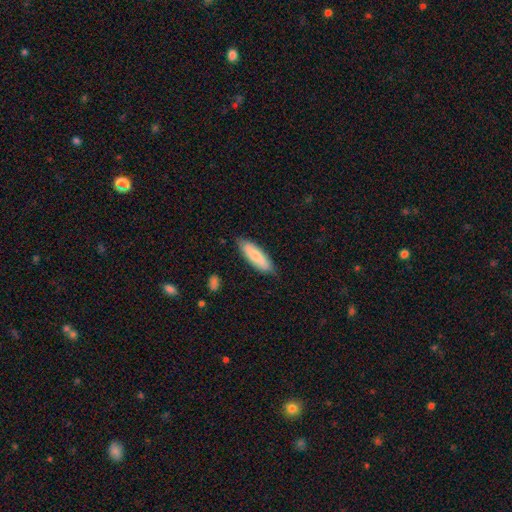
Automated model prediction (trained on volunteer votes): Morphology: type=smooth (77%); roundness=cigar-shaped (54%); merging=none (81%).